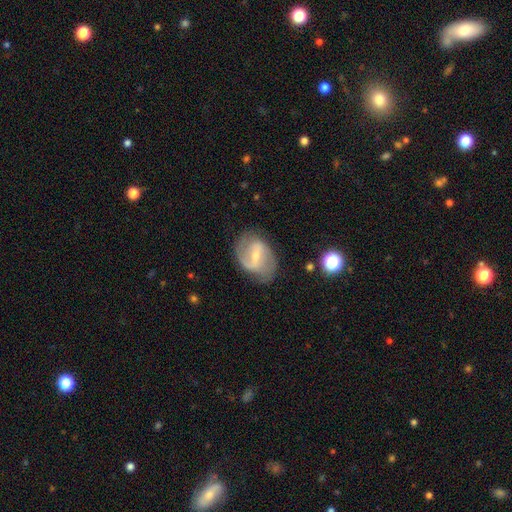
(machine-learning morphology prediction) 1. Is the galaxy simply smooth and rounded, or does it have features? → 78% featured or disk, 16% smooth, 6% star or artifact.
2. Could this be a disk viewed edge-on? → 96% no, 4% yes.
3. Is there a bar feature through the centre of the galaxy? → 45% weak, 42% strong, 13% no.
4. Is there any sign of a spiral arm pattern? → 88% yes, 12% no.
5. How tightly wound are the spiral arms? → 48% medium, 30% loose, 22% tight.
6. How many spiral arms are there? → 81% 2, 10% can't tell, 5% 1, 2% 3, 1% 4, 1% more than 4.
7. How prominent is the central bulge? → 64% small, 30% moderate, 3% none, 1% large, 1% dominant.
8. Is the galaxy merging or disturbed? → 70% none, 19% minor disturbance, 9% major disturbance, 2% merger.